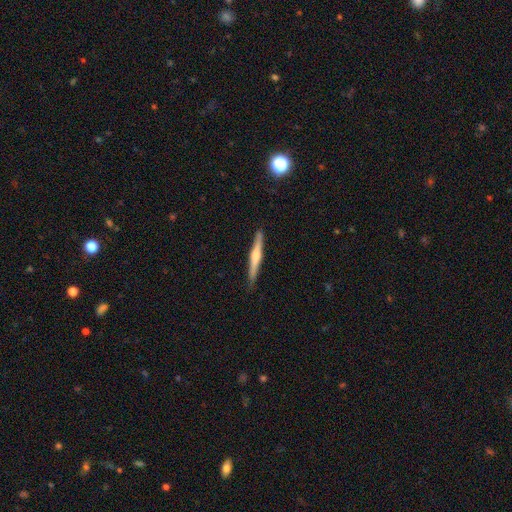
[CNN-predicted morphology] type=featured or disk (62%); edge-on=yes (98%); edge-on bulge=rounded (77%); merging=none (89%).